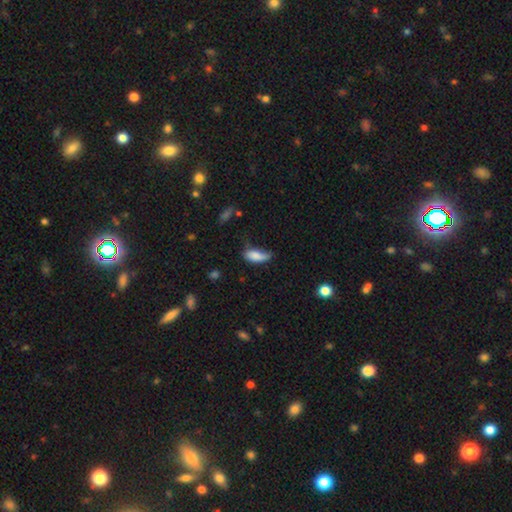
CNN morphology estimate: smooth_or_featured: smooth (p=0.80) [alt: featured or disk p=0.12]
how_rounded: in between (p=0.84) [alt: cigar-shaped p=0.13]
merging: minor disturbance (p=0.42) [alt: none p=0.33]